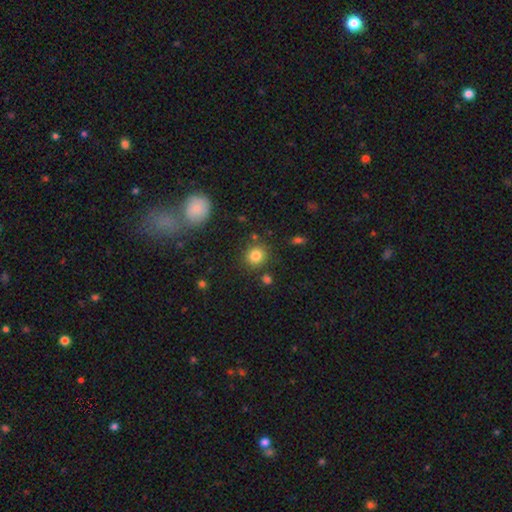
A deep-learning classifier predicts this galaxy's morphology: A smooth galaxy with no disk features (83%) that is round (87%). Merging: none (83%).